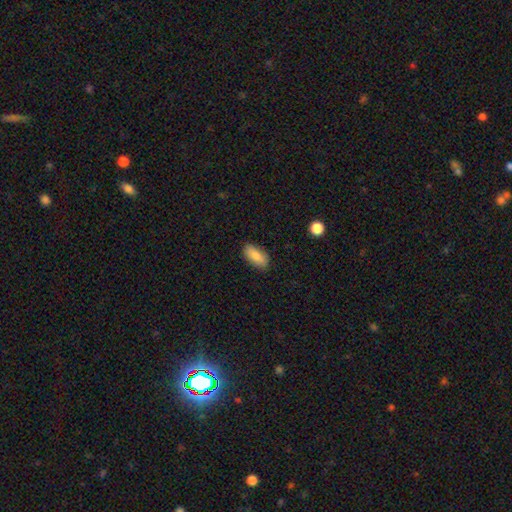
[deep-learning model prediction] Smooth or featured: smooth — 86% (featured or disk — 7%)
How rounded: in between — 89% (cigar-shaped — 8%)
Merging: none — 85% (minor disturbance — 11%)